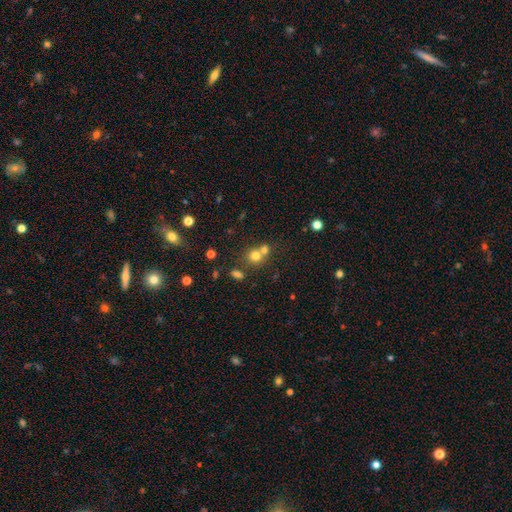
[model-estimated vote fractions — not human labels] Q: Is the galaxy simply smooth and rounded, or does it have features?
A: smooth — 72%.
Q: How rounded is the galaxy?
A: round — 83%.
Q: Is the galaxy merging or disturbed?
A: merger — 47%.